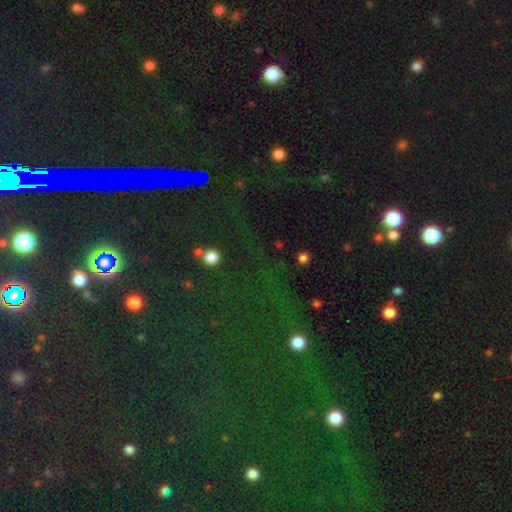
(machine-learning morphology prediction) A star or artifact, not a galaxy (70%).